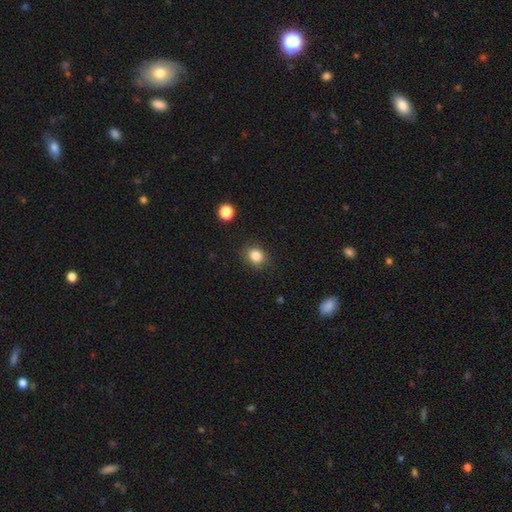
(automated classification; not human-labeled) Smooth or featured? Predicted: smooth (p=0.84). How rounded? Predicted: round (p=0.64). Merging? Predicted: none (p=0.84).